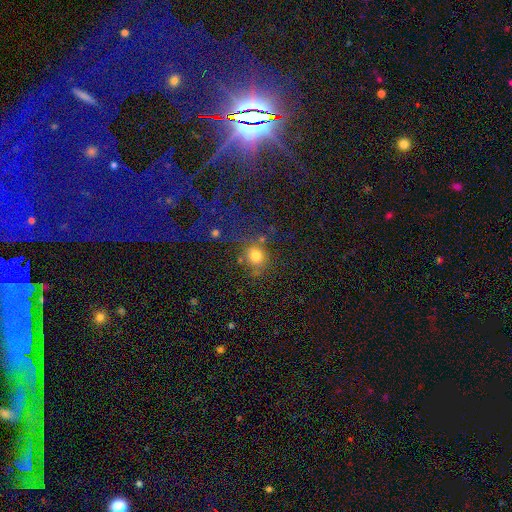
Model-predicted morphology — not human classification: Overall: smooth (74%). How rounded: round (84%). Merging: none (64%).